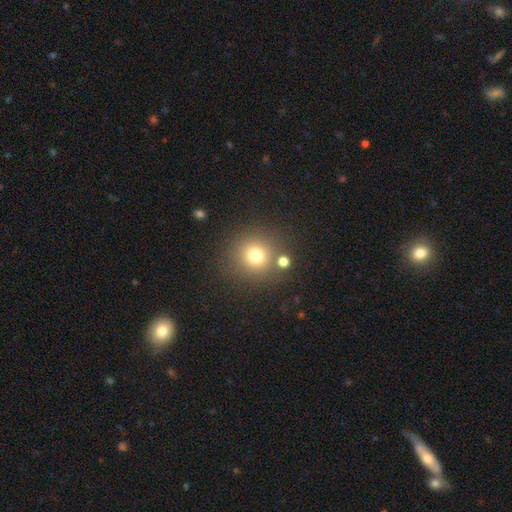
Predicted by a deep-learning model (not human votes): The model was most divided on "smooth or featured": smooth: 73%, star or artifact: 18%, featured or disk: 10%. More confident: how rounded — round (93%); merging — none (81%).